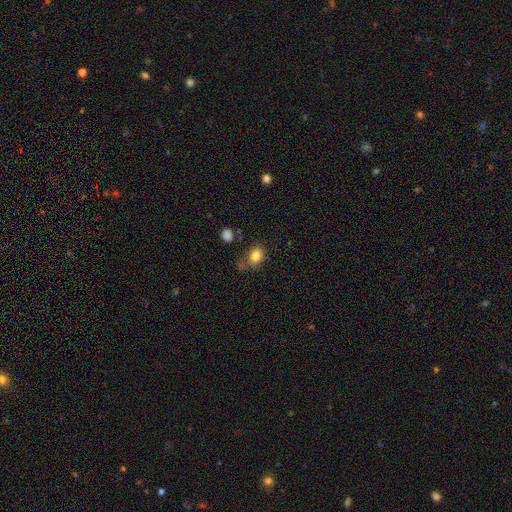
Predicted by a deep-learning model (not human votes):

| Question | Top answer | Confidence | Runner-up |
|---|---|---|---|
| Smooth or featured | smooth | 83% | star or artifact (11%) |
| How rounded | round | 53% | in between (46%) |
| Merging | none | 66% | minor disturbance (21%) |